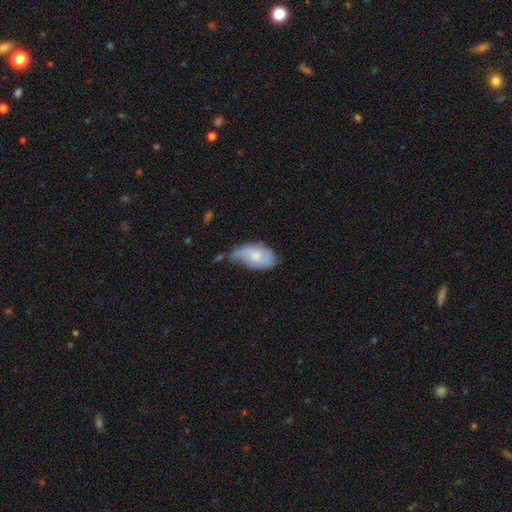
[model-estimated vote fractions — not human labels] Smooth or featured? Predicted: smooth (p=0.50). How rounded? Predicted: in between (p=0.92). Merging? Predicted: minor disturbance (p=0.41).